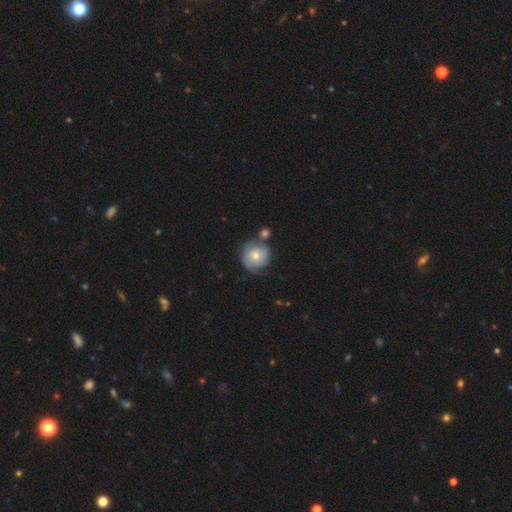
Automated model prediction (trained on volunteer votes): This appears to be a smooth galaxy with no disk features (50%) that is round (90%). Merging: none (56%).